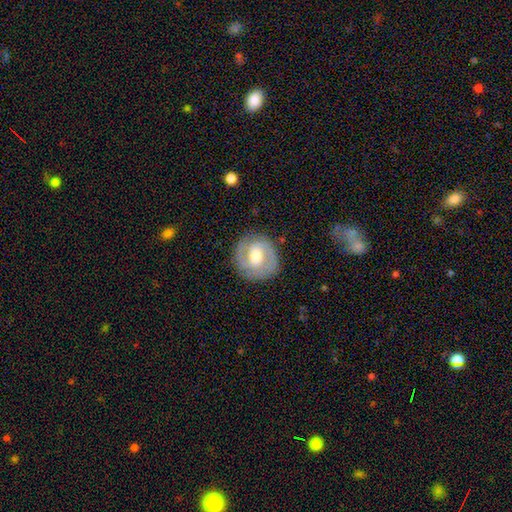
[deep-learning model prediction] A featured or disk galaxy (74%) with a weak bar (52%), 2 (82%) medium (46%) spiral arms (88%) and a moderate central bulge (68%).

Vote fractions:
- Smooth or featured? featured or disk: 74% / smooth: 21% / star or artifact: 6%
- Edge-on disk? no: 97% / yes: 3%
- Bar? weak: 52% / no: 28% / strong: 20%
- Spiral arms? yes: 88% / no: 12%
- Spiral winding? medium: 46% / tight: 41% / loose: 13%
- Spiral arm count? 2: 82% / can't tell: 8% / 3: 3% / 1: 3% / 4: 1% / more than 4: 1%
- Bulge size? moderate: 68% / small: 21% / large: 9% / none: 1% / dominant: 1%
- Merging? none: 84% / minor disturbance: 11% / major disturbance: 4% / merger: 1%